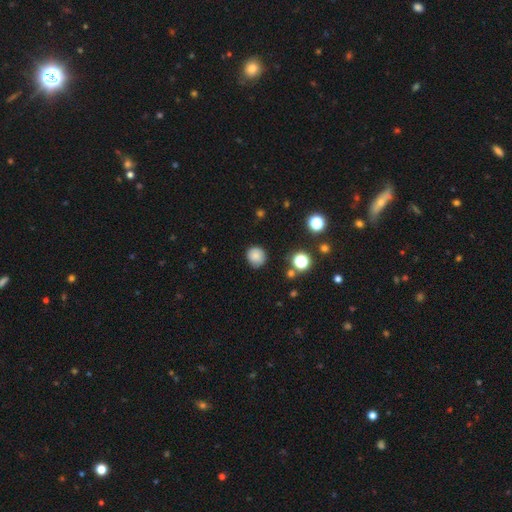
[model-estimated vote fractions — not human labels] smooth_or_featured: smooth (p=0.83) [alt: star or artifact p=0.12]
how_rounded: round (p=0.89) [alt: in between p=0.10]
merging: none (p=0.82) [alt: minor disturbance p=0.13]